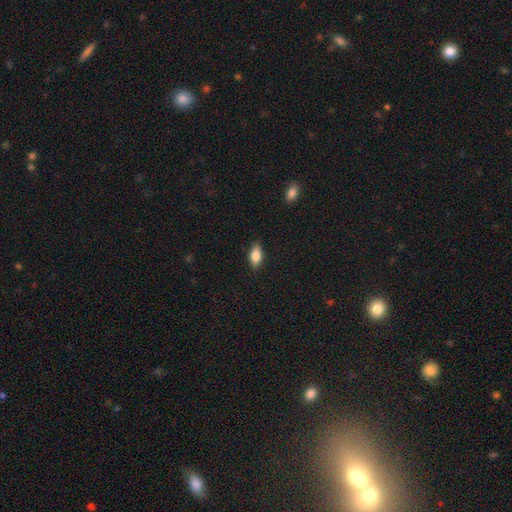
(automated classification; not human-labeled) Overall: smooth (83%). How rounded: in between (86%). Merging: none (86%).